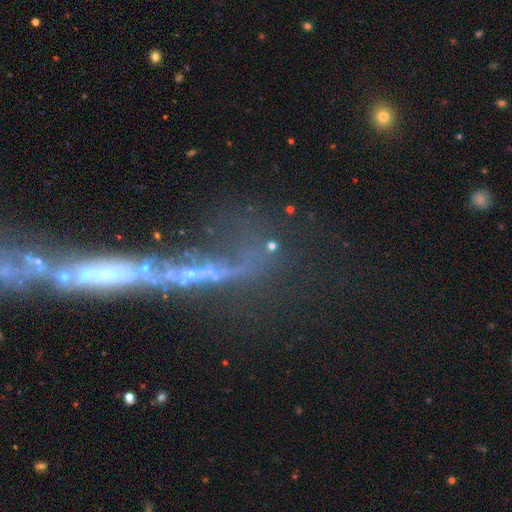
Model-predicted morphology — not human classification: Smooth or featured?
  - featured or disk: 54% *
  - star or artifact: 25%
  - smooth: 21%
Edge-on disk?
  - no: 57% *
  - yes: 43%
Merging?
  - major disturbance: 30% *
  - none: 29%
  - merger: 28%
  - minor disturbance: 13%